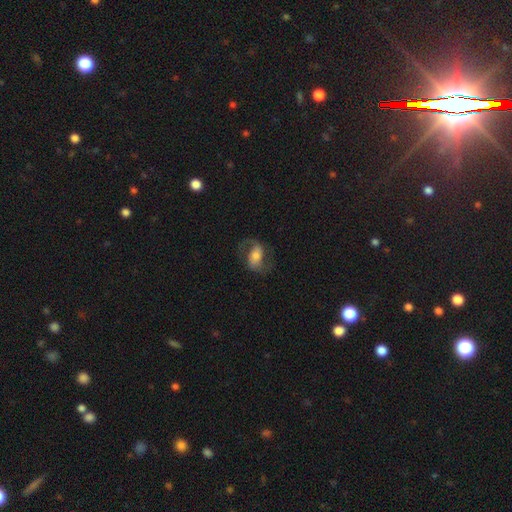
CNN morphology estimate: Smooth or featured: featured or disk — 64% (smooth — 29%)
Edge-on disk: no — 96% (yes — 4%)
Bar: weak — 38% (no — 36%)
Spiral arms: yes — 86% (no — 14%)
Spiral winding: medium — 48% (loose — 39%)
Spiral arm count: 2 — 88% (can't tell — 5%)
Bulge size: moderate — 47% (large — 23%)
Merging: none — 68% (minor disturbance — 16%)